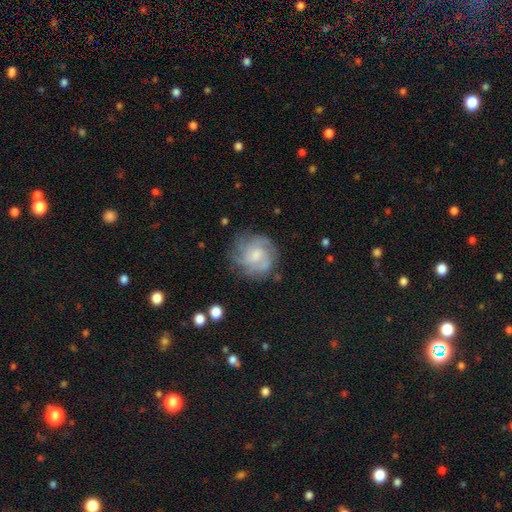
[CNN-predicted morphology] smooth-or-featured: featured or disk: 64% | smooth: 27% | star or artifact: 8%
  disk-edge-on: no: 98% | yes: 2%
    bar: no: 65% | weak: 32% | strong: 4%
    has-spiral-arms: yes: 86% | no: 14%
      spiral-winding: tight: 49% | medium: 38% | loose: 14%
      spiral-arm-count: can't tell: 41% | 3: 20% | 4: 17% | 2: 11% | more than 4: 6% | 1: 5%
    bulge-size: moderate: 44% | small: 40% | none: 9% | large: 6% | dominant: 1%
  merging: none: 71% | minor disturbance: 18% | major disturbance: 9% | merger: 2%